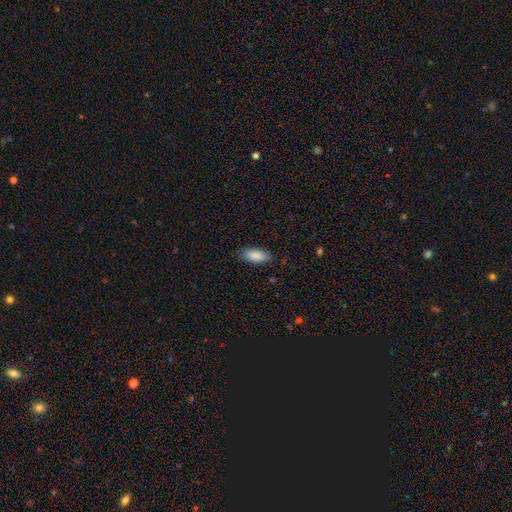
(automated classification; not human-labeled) Smooth or featured?
  - smooth: 89% *
  - star or artifact: 6%
  - featured or disk: 5%
How rounded?
  - in between: 85% *
  - cigar-shaped: 13%
  - round: 2%
Merging?
  - none: 84% *
  - minor disturbance: 12%
  - major disturbance: 3%
  - merger: 1%